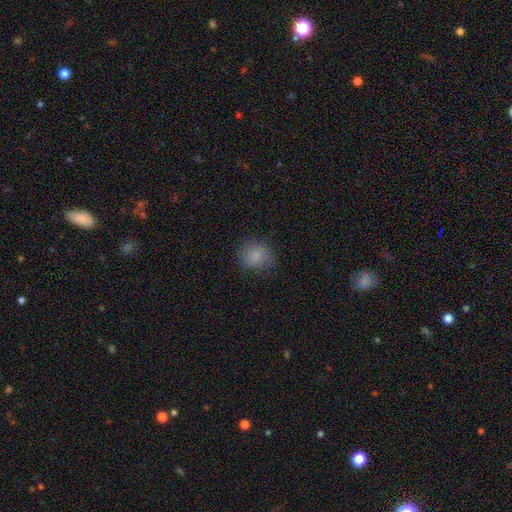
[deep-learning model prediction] Smooth or featured? Predicted: smooth (p=0.82). How rounded? Predicted: round (p=0.77). Merging? Predicted: none (p=0.74).